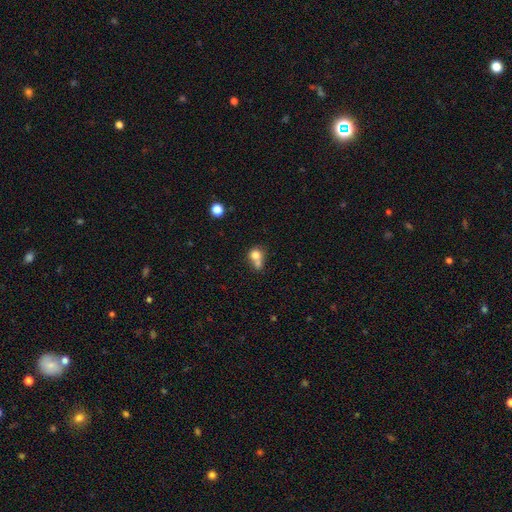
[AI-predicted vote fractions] Overall: smooth (75%). How rounded: round (75%). Merging: merger (56%; none 31%).